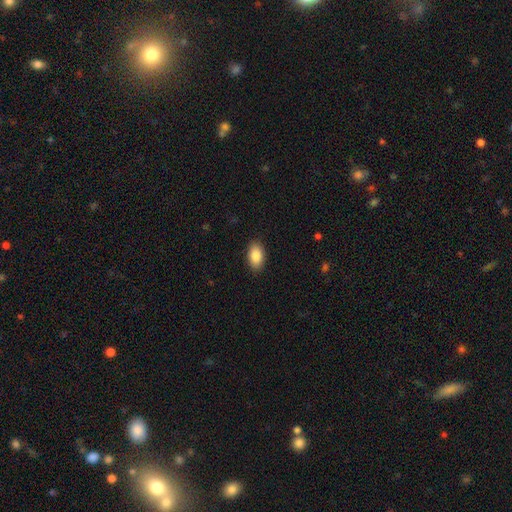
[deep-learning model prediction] Smooth or featured? smooth (88%)
How rounded? in between (93%)
Merging? none (88%)